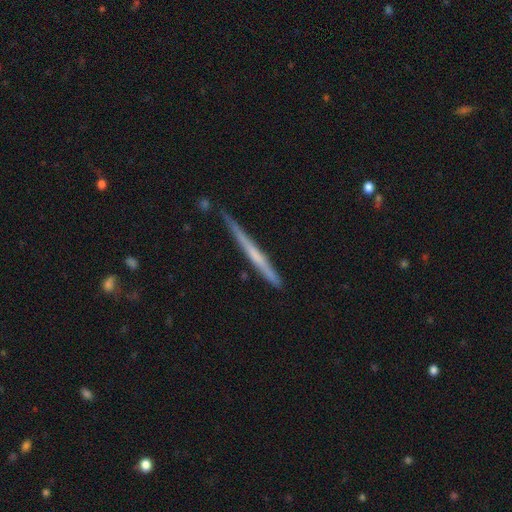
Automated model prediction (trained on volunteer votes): smooth-or-featured: featured or disk: 54% | smooth: 39% | star or artifact: 6%
  disk-edge-on: yes: 97% | no: 3%
    edge-on-bulge: none: 80% | rounded: 14% | boxy: 6%
  merging: none: 78% | minor disturbance: 17% | major disturbance: 3% | merger: 2%